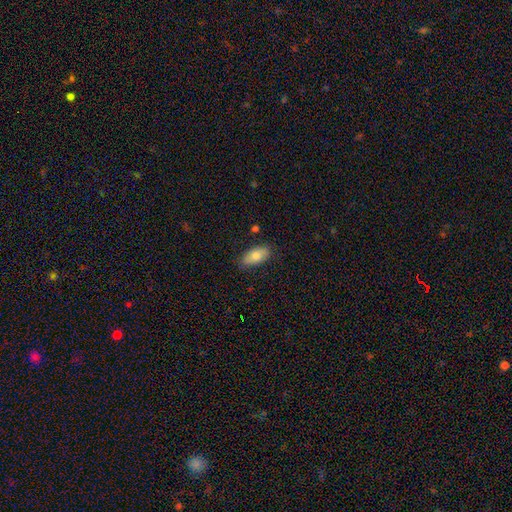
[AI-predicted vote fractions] smooth-or-featured: smooth: 77% | featured or disk: 16% | star or artifact: 7%
  how-rounded: in between: 90% | cigar-shaped: 7% | round: 3%
  merging: none: 82% | minor disturbance: 14% | major disturbance: 2% | merger: 1%